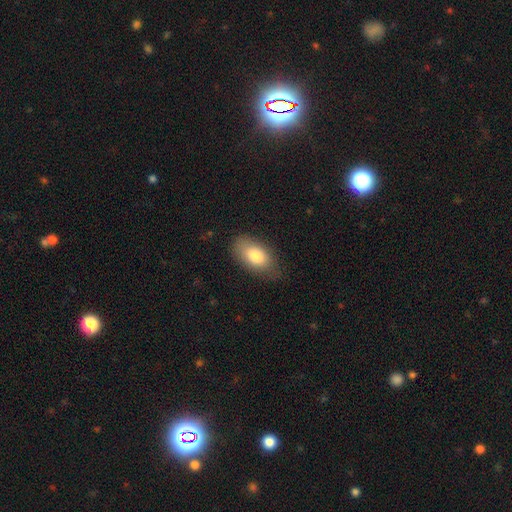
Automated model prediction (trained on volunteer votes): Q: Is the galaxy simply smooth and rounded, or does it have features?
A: smooth — 79%.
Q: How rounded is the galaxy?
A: in between — 92%.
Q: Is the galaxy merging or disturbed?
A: none — 75%.